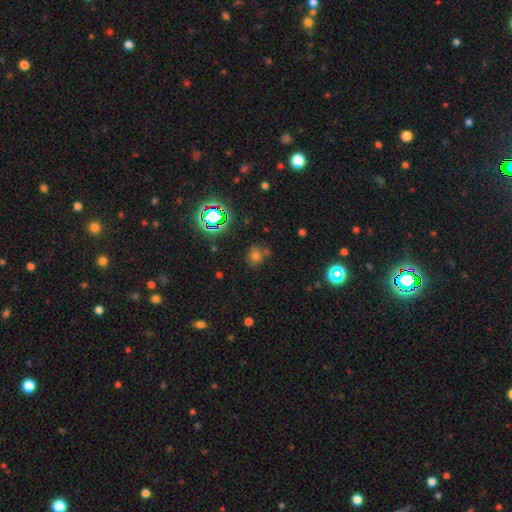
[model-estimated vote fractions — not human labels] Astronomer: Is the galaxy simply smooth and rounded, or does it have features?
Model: smooth — 63%.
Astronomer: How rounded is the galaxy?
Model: round — 76%.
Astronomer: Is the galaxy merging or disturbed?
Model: none — 68%.